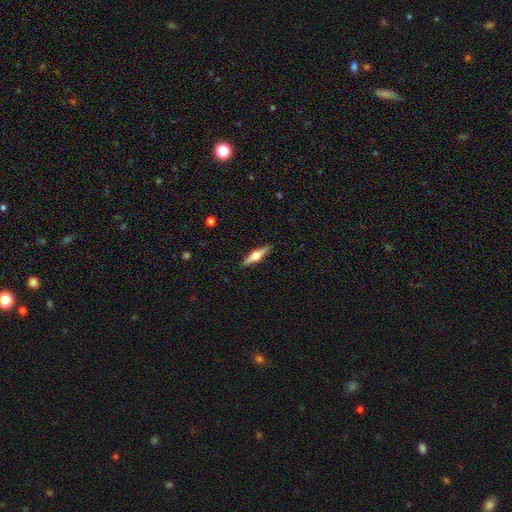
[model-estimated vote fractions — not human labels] Smooth or featured?
  - featured or disk: 72% *
  - smooth: 23%
  - star or artifact: 5%
Edge-on disk?
  - yes: 98% *
  - no: 2%
Edge-on bulge?
  - rounded: 95% *
  - boxy: 3%
  - none: 2%
Merging?
  - none: 91% *
  - minor disturbance: 6%
  - major disturbance: 1%
  - merger: 1%